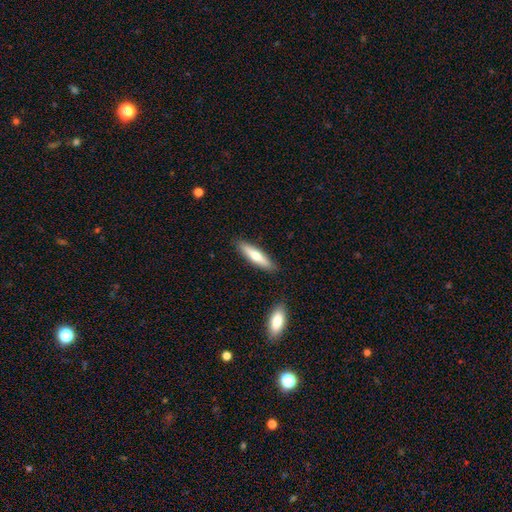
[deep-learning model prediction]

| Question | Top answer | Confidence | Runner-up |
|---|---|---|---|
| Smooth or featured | smooth | 61% | featured or disk (34%) |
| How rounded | cigar-shaped | 76% | in between (23%) |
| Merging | none | 88% | minor disturbance (8%) |